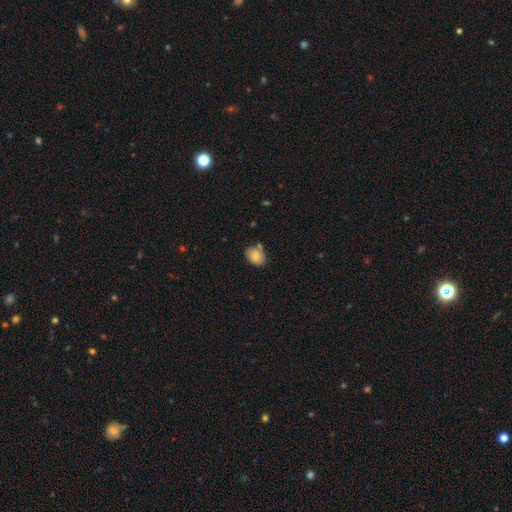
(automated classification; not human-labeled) Smooth or featured? smooth (79%)
How rounded? in between (64%)
Merging? none (65%)